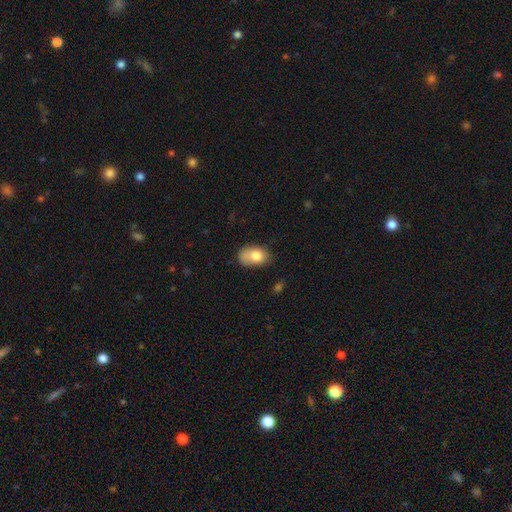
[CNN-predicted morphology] This is likely a smooth galaxy (79%). How rounded: clearly in between (86%). Merging: possibly none (49%).